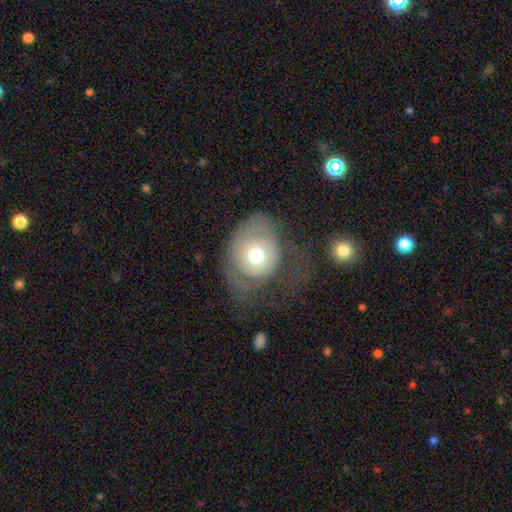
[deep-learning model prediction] smooth-or-featured: featured or disk: 49% | smooth: 44% | star or artifact: 7%
  merging: major disturbance: 42% | none: 33% | minor disturbance: 23% | merger: 3%